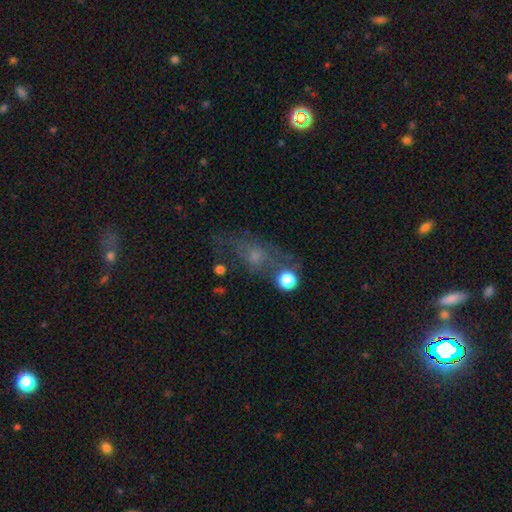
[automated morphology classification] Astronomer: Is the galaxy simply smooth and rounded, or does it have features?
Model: featured or disk — 39% (runner-up: smooth, 38%).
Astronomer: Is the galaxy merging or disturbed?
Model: none — 51%.